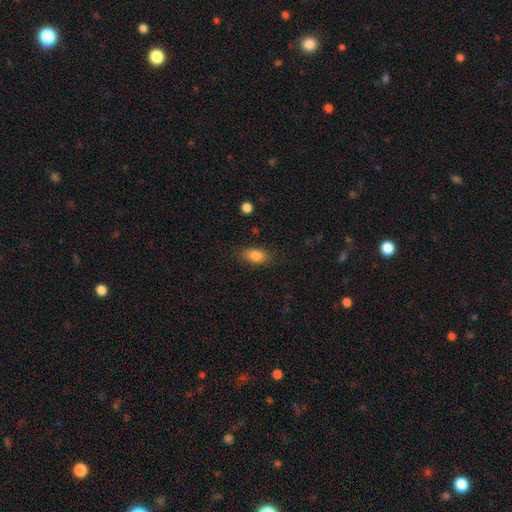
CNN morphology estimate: This appears to be a smooth galaxy with no disk features (83%) that is in between round and cigar-shaped (86%). Merging: none (83%).